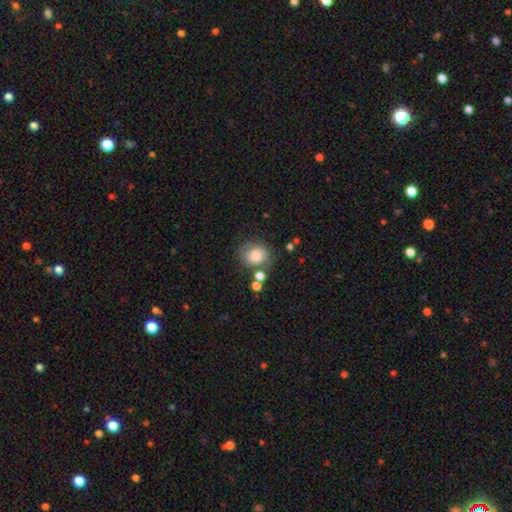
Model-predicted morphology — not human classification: Q: Smooth or featured?
A: smooth (75%); runner-up: featured or disk (15%)
Q: How rounded?
A: round (75%); runner-up: in between (24%)
Q: Merging?
A: none (62%); runner-up: minor disturbance (18%)